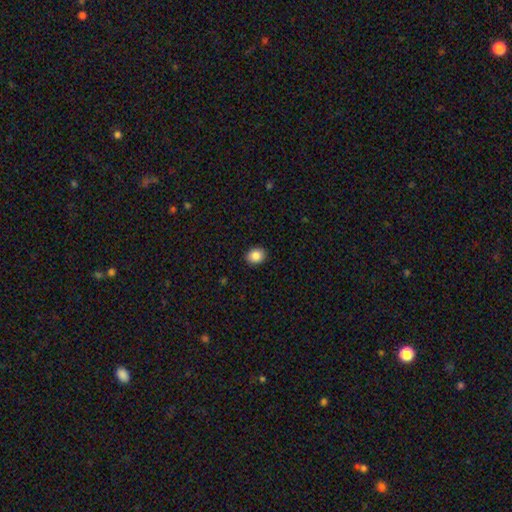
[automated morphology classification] A smooth galaxy with no disk features (87%) that is round (55%).

Vote fractions:
- Smooth or featured? smooth: 87% / star or artifact: 9% / featured or disk: 5%
- How rounded? round: 55% / in between: 45% / cigar-shaped: 1%
- Merging? none: 91% / minor disturbance: 7% / major disturbance: 2% / merger: 1%